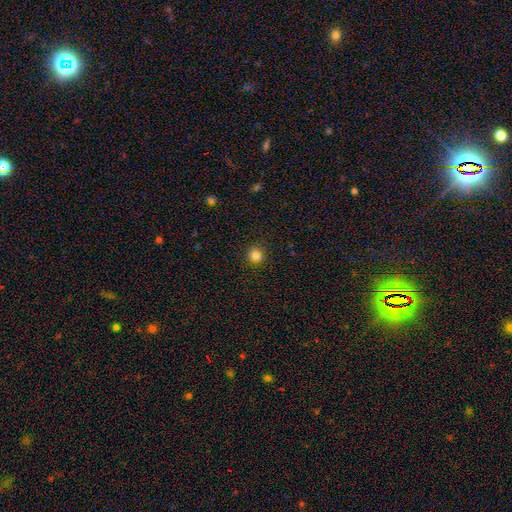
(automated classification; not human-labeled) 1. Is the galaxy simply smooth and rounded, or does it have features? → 84% smooth, 12% star or artifact, 4% featured or disk.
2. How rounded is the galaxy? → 91% round, 8% in between, 1% cigar-shaped.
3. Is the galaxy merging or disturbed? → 91% none, 6% minor disturbance, 2% major disturbance, 1% merger.